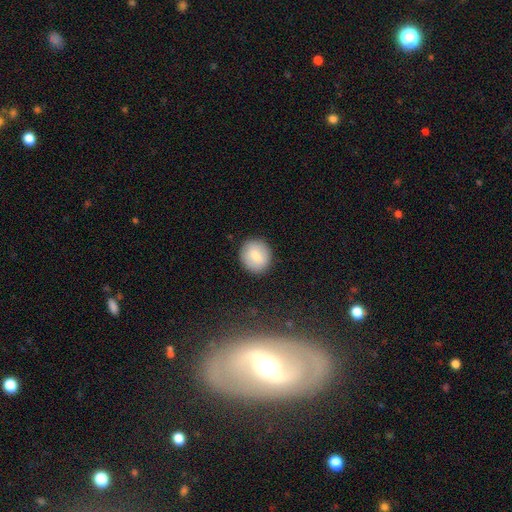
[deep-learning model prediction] smooth_or_featured: smooth (p=0.77) [alt: featured or disk p=0.15]
how_rounded: round (p=0.80) [alt: in between p=0.19]
merging: none (p=0.88) [alt: minor disturbance p=0.08]